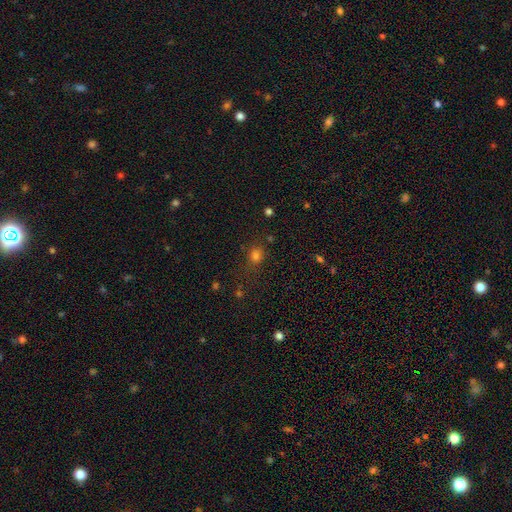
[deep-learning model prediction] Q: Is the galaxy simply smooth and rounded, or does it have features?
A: smooth — 75%.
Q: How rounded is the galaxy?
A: round — 67%.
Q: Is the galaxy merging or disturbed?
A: none — 73%.